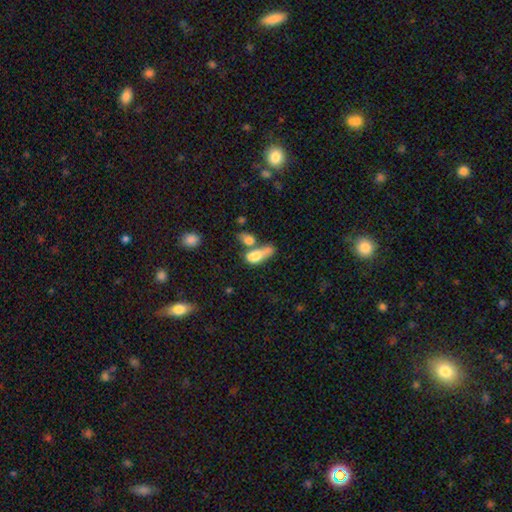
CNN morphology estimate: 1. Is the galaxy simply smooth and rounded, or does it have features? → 72% smooth, 19% featured or disk, 9% star or artifact.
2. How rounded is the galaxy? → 74% in between, 17% cigar-shaped, 10% round.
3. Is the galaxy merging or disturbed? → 53% merger, 19% none, 15% major disturbance, 12% minor disturbance.